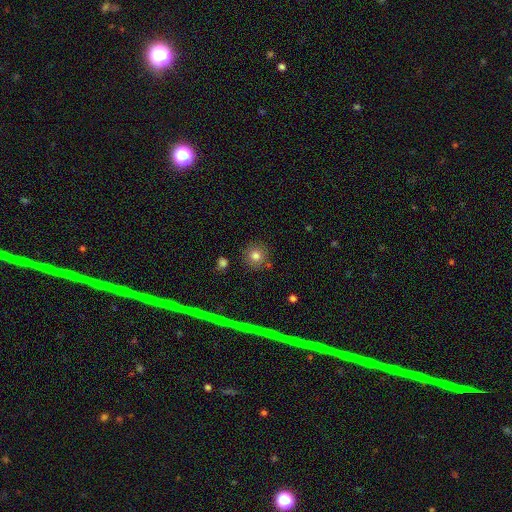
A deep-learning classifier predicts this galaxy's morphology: smooth-or-featured: smooth: 78% | star or artifact: 13% | featured or disk: 10%
  how-rounded: round: 94% | in between: 5% | cigar-shaped: 1%
  merging: none: 87% | minor disturbance: 8% | merger: 3% | major disturbance: 2%